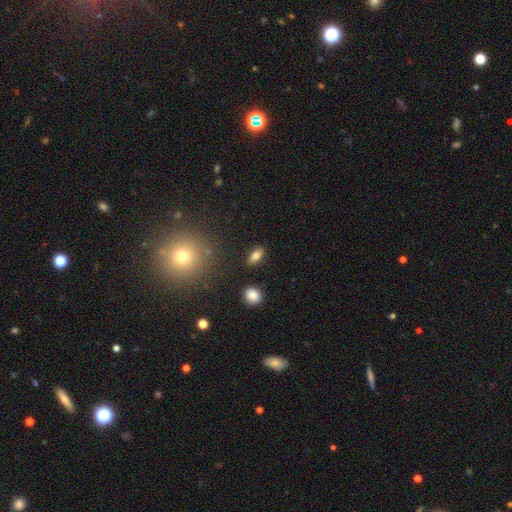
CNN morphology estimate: Smooth or featured?
  - smooth: 79% *
  - featured or disk: 11%
  - star or artifact: 10%
How rounded?
  - in between: 84% *
  - cigar-shaped: 8%
  - round: 7%
Merging?
  - none: 87% *
  - minor disturbance: 9%
  - merger: 3%
  - major disturbance: 2%